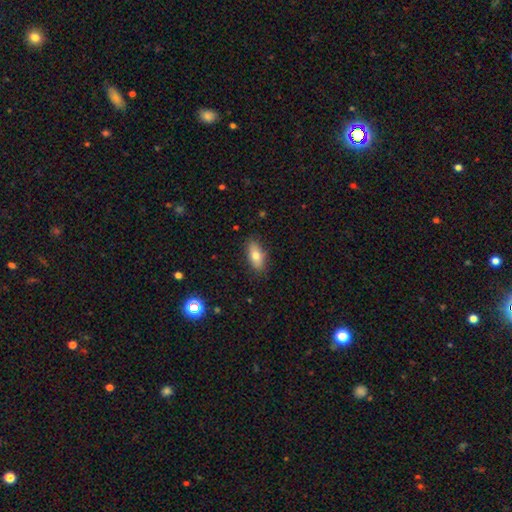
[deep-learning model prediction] smooth 75%, featured or disk 18%, star or artifact 8%. Down the decision tree: how rounded — in between (83%); merging — none (85%).